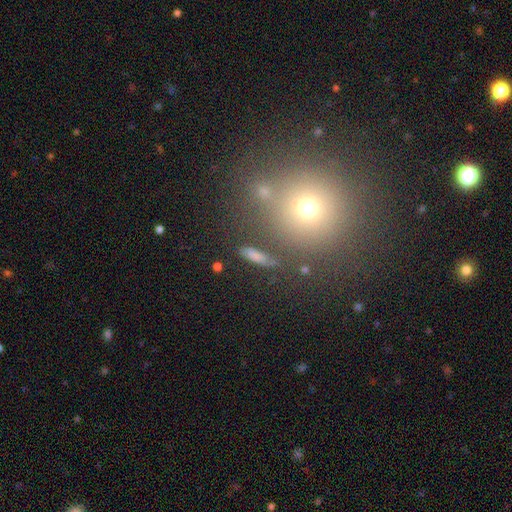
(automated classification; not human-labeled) This is likely a smooth galaxy (68%). How rounded: likely cigar-shaped (66%). Merging: likely none (74%).